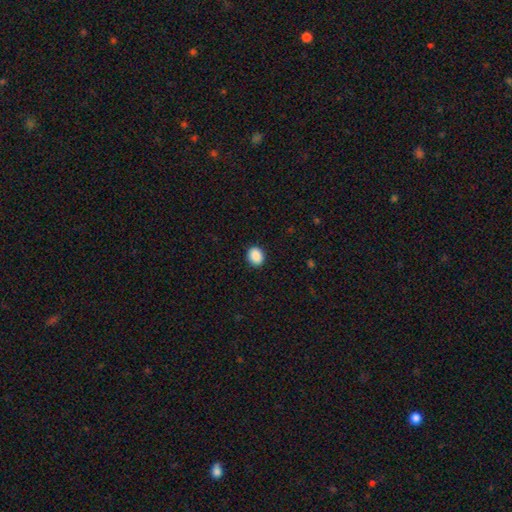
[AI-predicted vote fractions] Overall: smooth (90%). How rounded: round (58%; in between 41%). Merging: none (90%).